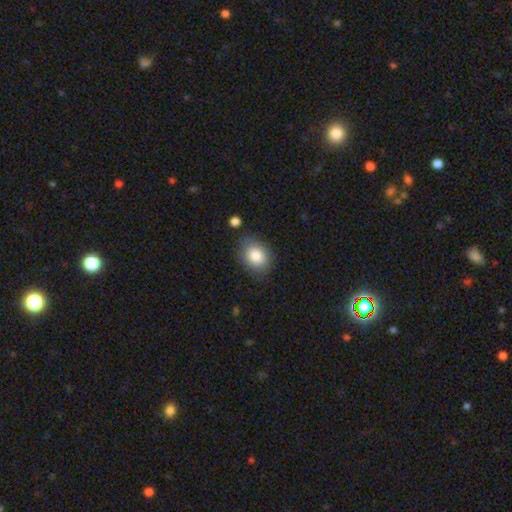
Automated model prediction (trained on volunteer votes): A smooth galaxy with no disk features (84%) that is in between round and cigar-shaped (64%).

Vote fractions:
- Smooth or featured? smooth: 84% / star or artifact: 8% / featured or disk: 8%
- How rounded? in between: 64% / round: 35% / cigar-shaped: 1%
- Merging? none: 79% / minor disturbance: 14% / major disturbance: 4% / merger: 3%